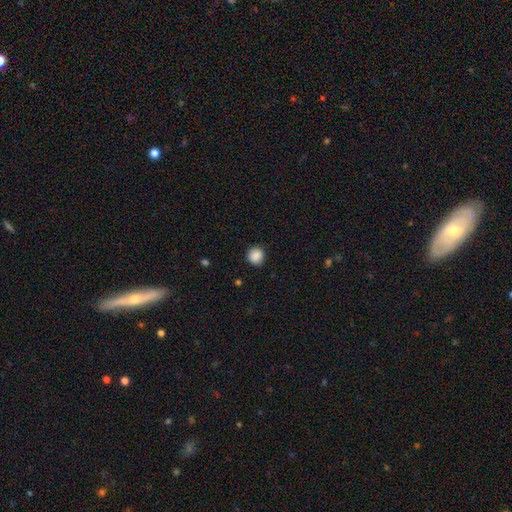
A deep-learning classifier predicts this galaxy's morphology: Smooth or featured? smooth (89%)
How rounded? round (92%)
Merging? none (91%)